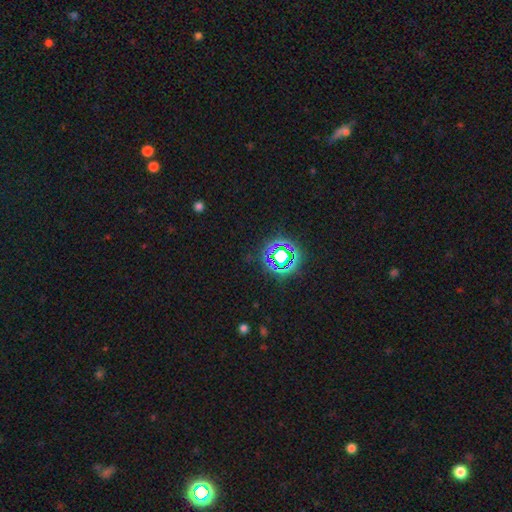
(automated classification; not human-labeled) This is likely a star or artifact rather than a galaxy (79%).